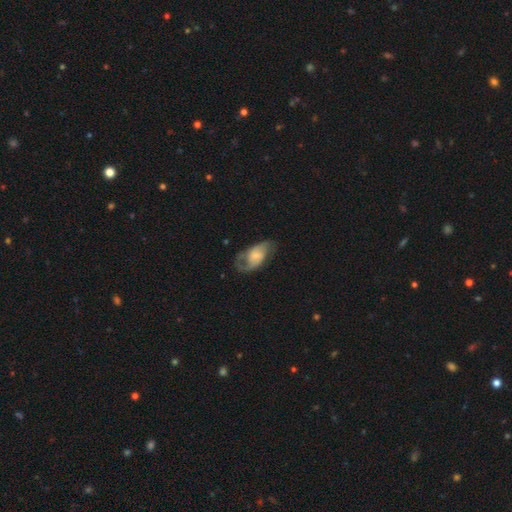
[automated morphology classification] featured or disk 64%, smooth 29%, star or artifact 7%. Down the decision tree: edge-on disk — no (95%); bar — no (57%); spiral arms — yes (86%); spiral arm count — 2 (79%); spiral winding — medium (45%); bulge size — small (44%); merging — none (58%).